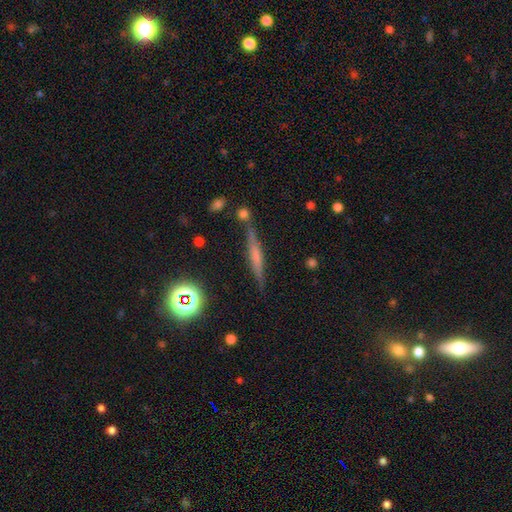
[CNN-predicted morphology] A featured or disk galaxy (52%) viewed edge-on (94%). Merging: none (81%).